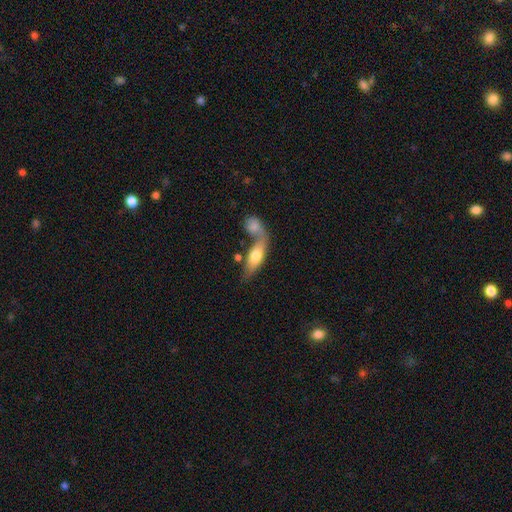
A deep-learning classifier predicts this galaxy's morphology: Smooth or featured? Predicted: smooth (p=0.66). How rounded? Predicted: in between (p=0.74). Merging? Predicted: merger (p=0.54).